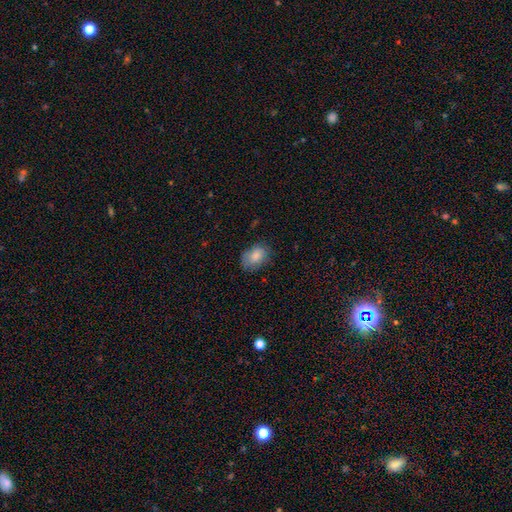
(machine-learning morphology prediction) The model was most divided on "merging": none: 72%, minor disturbance: 22%, major disturbance: 5%, merger: 1%. More confident: smooth or featured — smooth (83%); how rounded — in between (76%).